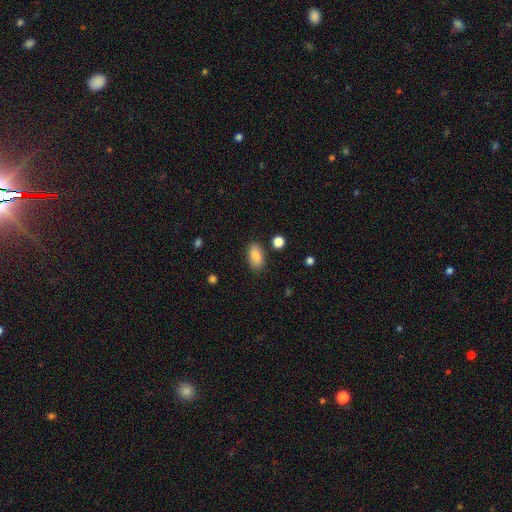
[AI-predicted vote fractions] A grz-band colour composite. It shows a smooth galaxy with no disk features (84%) that is in between round and cigar-shaped (91%). Merging: none (83%).